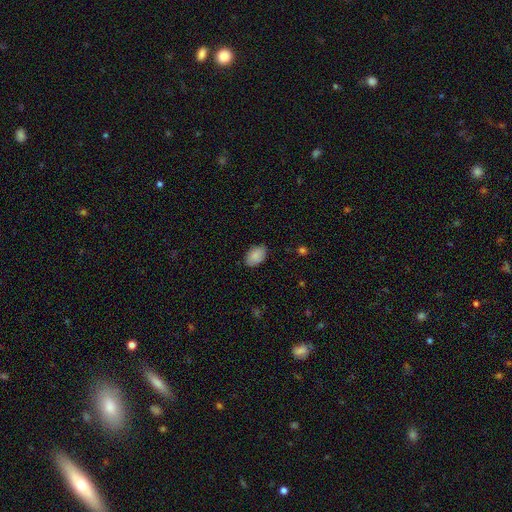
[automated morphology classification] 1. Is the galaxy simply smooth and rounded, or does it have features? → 88% smooth, 7% star or artifact, 5% featured or disk.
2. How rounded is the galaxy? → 89% in between, 10% round, 1% cigar-shaped.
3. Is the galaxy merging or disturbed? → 84% none, 12% minor disturbance, 2% major disturbance, 1% merger.